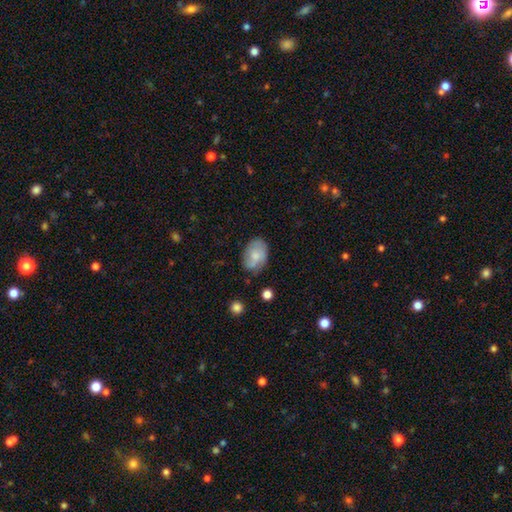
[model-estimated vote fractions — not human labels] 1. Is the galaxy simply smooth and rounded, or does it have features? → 63% smooth, 30% featured or disk, 7% star or artifact.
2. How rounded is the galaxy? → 82% in between, 17% round, 1% cigar-shaped.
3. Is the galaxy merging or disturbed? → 66% none, 25% minor disturbance, 7% major disturbance, 2% merger.